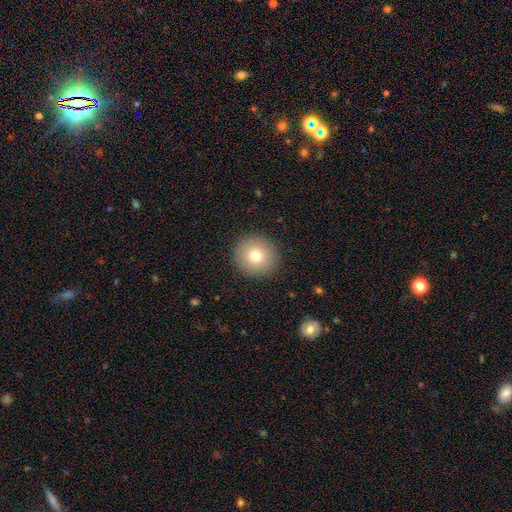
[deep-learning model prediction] smooth-or-featured: smooth: 77% | featured or disk: 13% | star or artifact: 11%
  how-rounded: round: 94% | in between: 5% | cigar-shaped: 1%
  merging: none: 91% | minor disturbance: 6% | major disturbance: 2% | merger: 1%